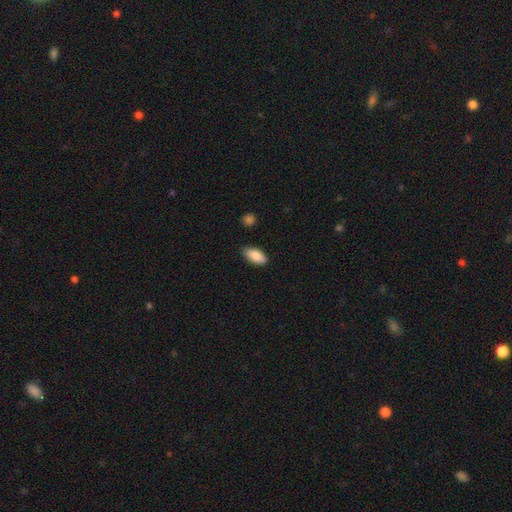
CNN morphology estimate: Q: Smooth or featured?
A: smooth (88%); runner-up: star or artifact (6%)
Q: How rounded?
A: in between (92%); runner-up: cigar-shaped (6%)
Q: Merging?
A: none (83%); runner-up: minor disturbance (13%)